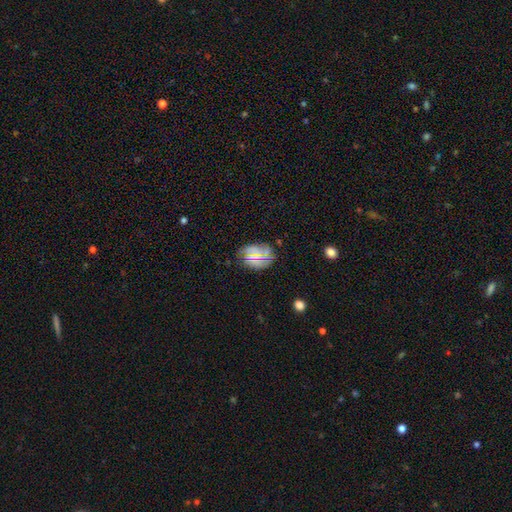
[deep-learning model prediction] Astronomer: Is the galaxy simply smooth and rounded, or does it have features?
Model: smooth — 50% (runner-up: featured or disk, 32%).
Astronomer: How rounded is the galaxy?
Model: in between — 61% (runner-up: round, 37%).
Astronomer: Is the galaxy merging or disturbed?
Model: none — 68%.